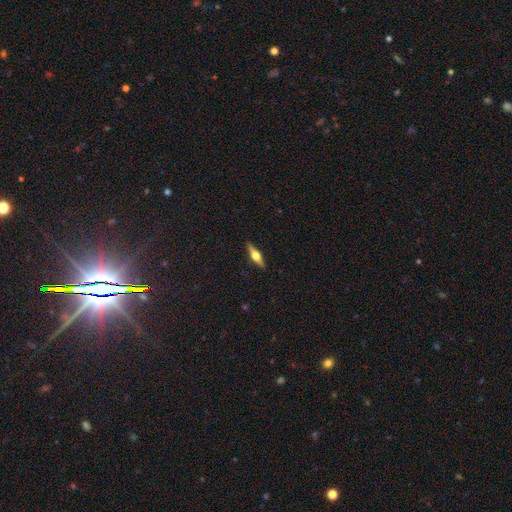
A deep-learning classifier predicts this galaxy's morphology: smooth-or-featured: featured or disk: 69% | smooth: 25% | star or artifact: 6%
  disk-edge-on: yes: 97% | no: 3%
    edge-on-bulge: rounded: 95% | boxy: 4% | none: 2%
  merging: none: 90% | minor disturbance: 7% | major disturbance: 2% | merger: 1%